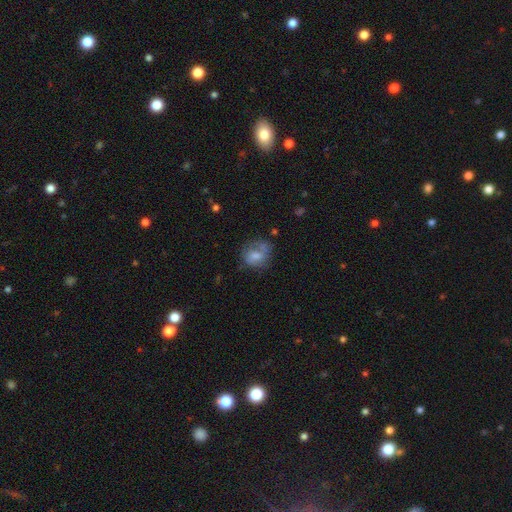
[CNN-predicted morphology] Smooth or featured: smooth — 64% (featured or disk — 27%)
How rounded: round — 57% (in between — 42%)
Merging: none — 48% (minor disturbance — 26%)